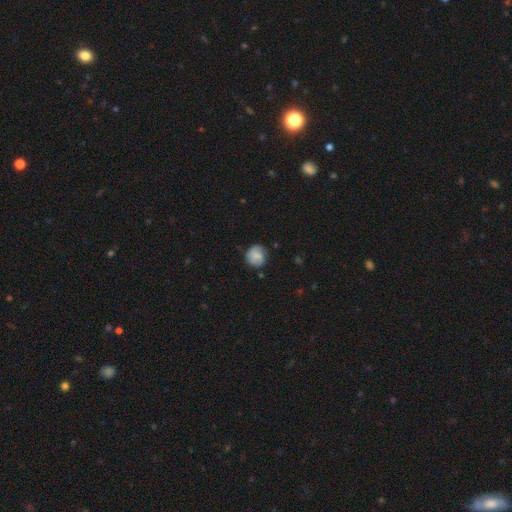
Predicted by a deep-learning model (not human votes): The model was most divided on "smooth or featured": smooth: 69%, featured or disk: 23%, star or artifact: 8%. More confident: how rounded — round (89%); merging — none (76%).